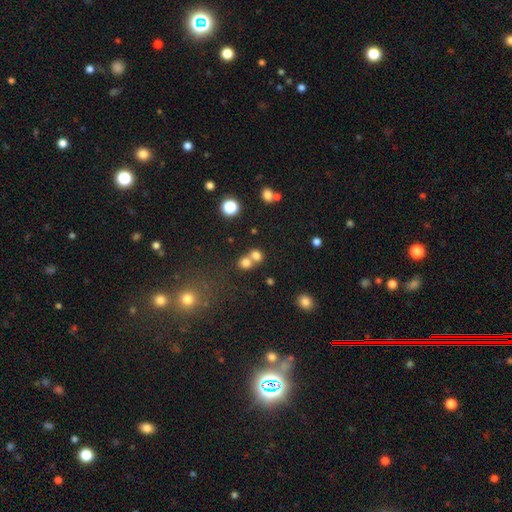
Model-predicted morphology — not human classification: Overall: smooth (74%). How rounded: round (67%; in between 32%). Merging: merger (56%; none 35%).